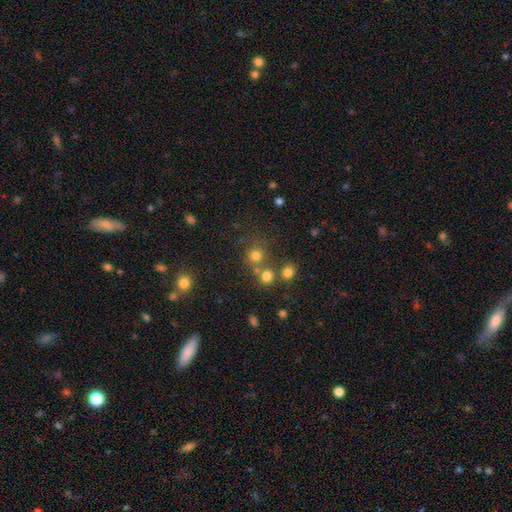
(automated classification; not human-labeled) Smooth or featured: smooth — 75% (star or artifact — 18%)
How rounded: round — 89% (in between — 10%)
Merging: none — 65% (merger — 22%)